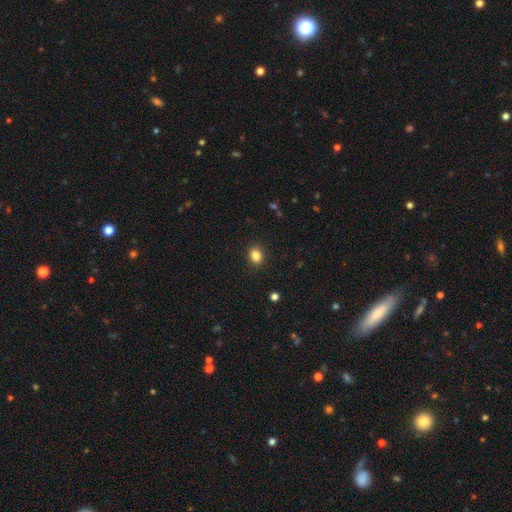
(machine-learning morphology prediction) Smooth or featured? smooth (84%)
How rounded? round (54%)
Merging? none (90%)